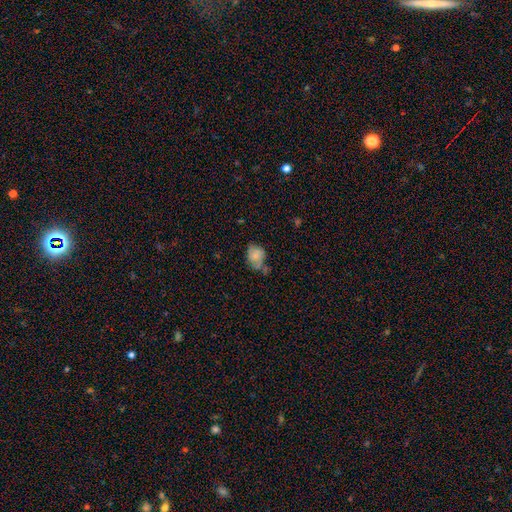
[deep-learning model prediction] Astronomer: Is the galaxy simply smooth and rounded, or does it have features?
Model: smooth — 68%.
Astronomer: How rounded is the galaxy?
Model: in between — 58% (runner-up: round, 40%).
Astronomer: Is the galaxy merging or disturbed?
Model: none — 42% (runner-up: minor disturbance, 33%).